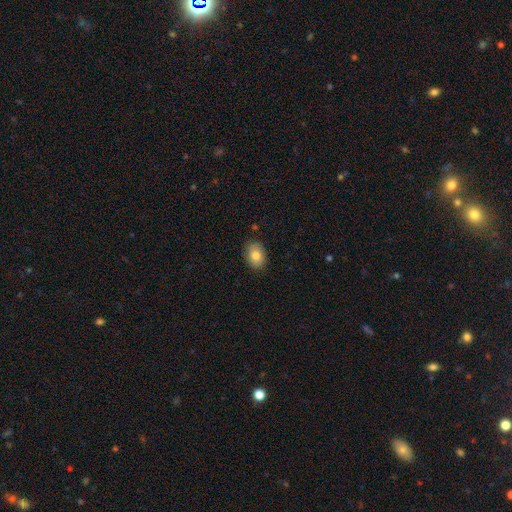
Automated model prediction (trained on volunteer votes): Overall: smooth (82%). How rounded: in between (73%). Merging: none (86%).